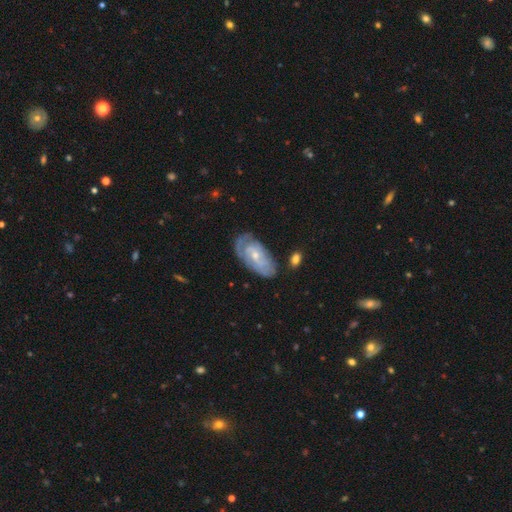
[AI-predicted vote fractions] This appears to be a featured or disk galaxy (69%) with no bar (69%), spiral arms (76%) and a small central bulge (61%). Merging: none (59%).